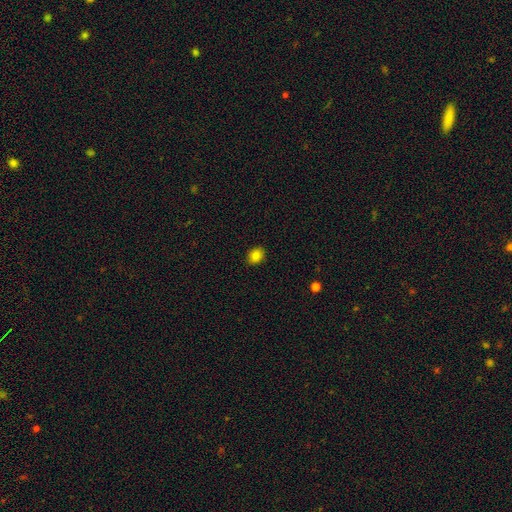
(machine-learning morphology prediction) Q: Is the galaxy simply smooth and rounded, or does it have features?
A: smooth — 83%.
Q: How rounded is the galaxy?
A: in between — 58%.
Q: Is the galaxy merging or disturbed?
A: none — 89%.